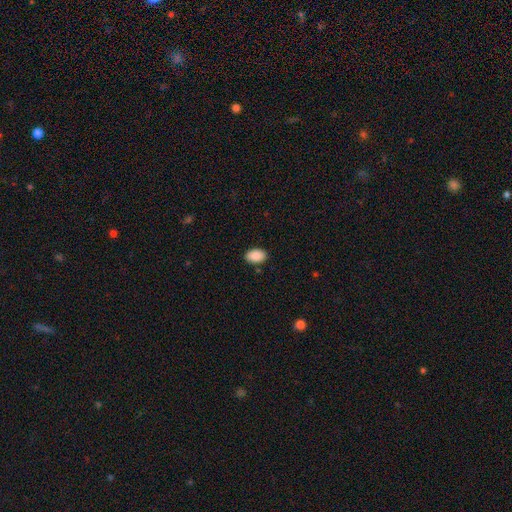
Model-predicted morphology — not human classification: smooth_or_featured: smooth (p=0.90) [alt: star or artifact p=0.07]
how_rounded: in between (p=0.90) [alt: round p=0.09]
merging: none (p=0.87) [alt: minor disturbance p=0.09]